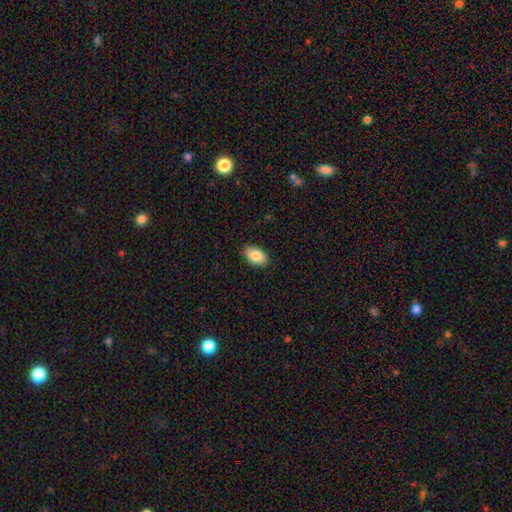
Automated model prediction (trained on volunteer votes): smooth_or_featured: smooth (p=0.86) [alt: featured or disk p=0.08]
how_rounded: in between (p=0.92) [alt: round p=0.06]
merging: none (p=0.87) [alt: minor disturbance p=0.10]